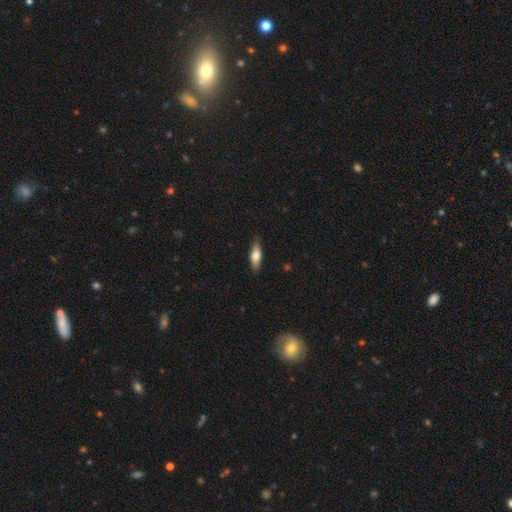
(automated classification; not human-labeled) Smooth or featured? Predicted: smooth (p=0.59). How rounded? Predicted: cigar-shaped (p=0.54). Merging? Predicted: none (p=0.85).